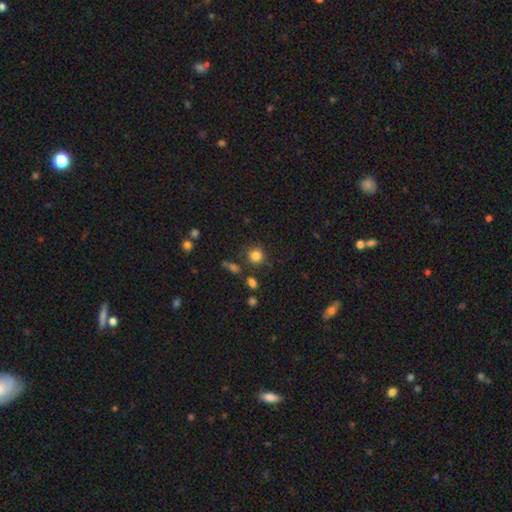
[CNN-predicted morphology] This appears to be a smooth galaxy with no disk features (82%) that is round (90%). Merging: none (79%).